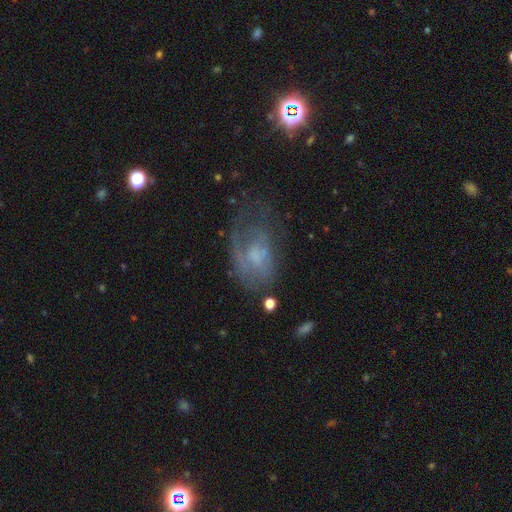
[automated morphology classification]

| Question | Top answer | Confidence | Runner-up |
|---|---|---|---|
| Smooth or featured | featured or disk | 54% | smooth (33%) |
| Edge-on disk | no | 95% | yes (5%) |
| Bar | no | 71% | weak (26%) |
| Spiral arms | yes | 55% | no (45%) |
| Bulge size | small | 38% | none (29%) |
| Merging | none | 41% | major disturbance (30%) |